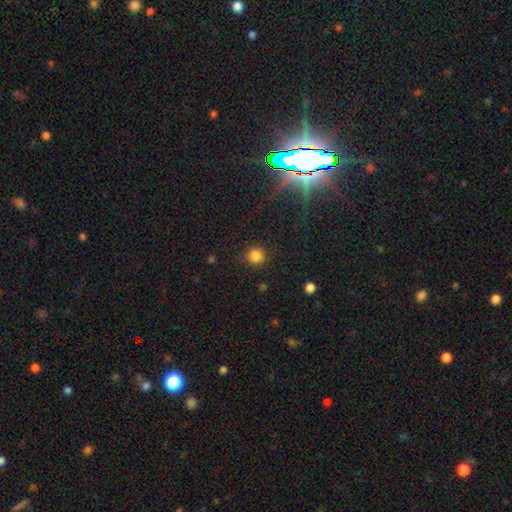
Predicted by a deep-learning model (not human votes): Morphology: type=smooth (83%); roundness=round (93%); merging=none (87%).